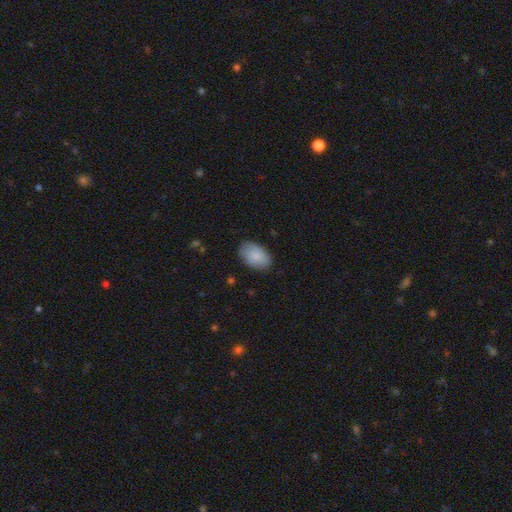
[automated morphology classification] Q: Smooth or featured?
A: smooth (86%); runner-up: featured or disk (8%)
Q: How rounded?
A: in between (92%); runner-up: round (7%)
Q: Merging?
A: none (81%); runner-up: minor disturbance (15%)